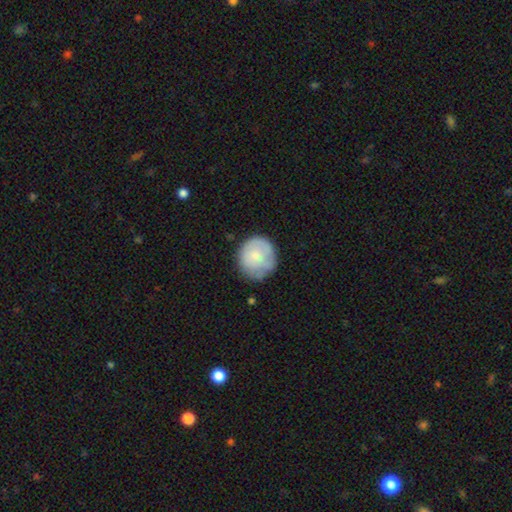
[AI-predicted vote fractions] smooth 69%, featured or disk 25%, star or artifact 6%. Down the decision tree: how rounded — round (89%); merging — none (68%).